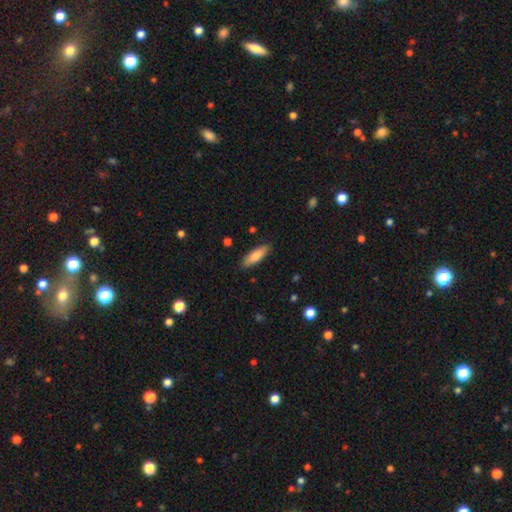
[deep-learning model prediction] Smooth or featured? smooth (79%)
How rounded? in between (50%)
Merging? none (88%)